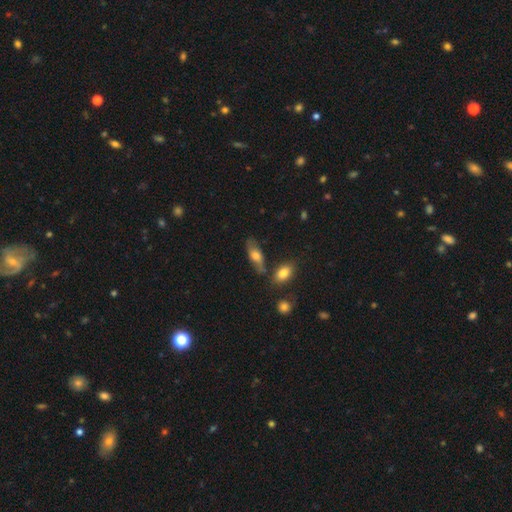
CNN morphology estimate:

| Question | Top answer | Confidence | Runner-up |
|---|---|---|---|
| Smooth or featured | smooth | 63% | featured or disk (30%) |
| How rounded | in between | 71% | cigar-shaped (25%) |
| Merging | none | 66% | minor disturbance (18%) |